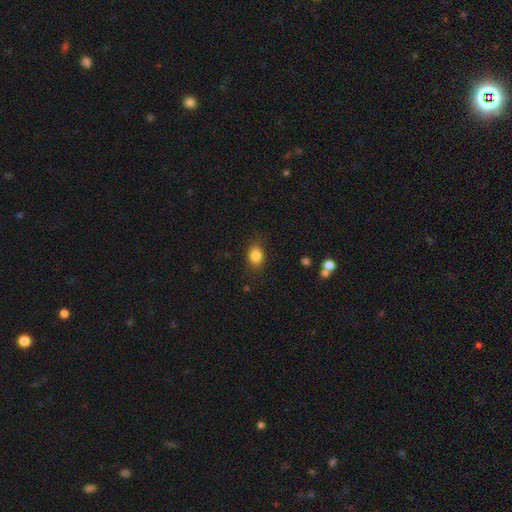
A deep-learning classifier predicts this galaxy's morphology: type=smooth (85%); roundness=in between (66%); merging=none (82%).